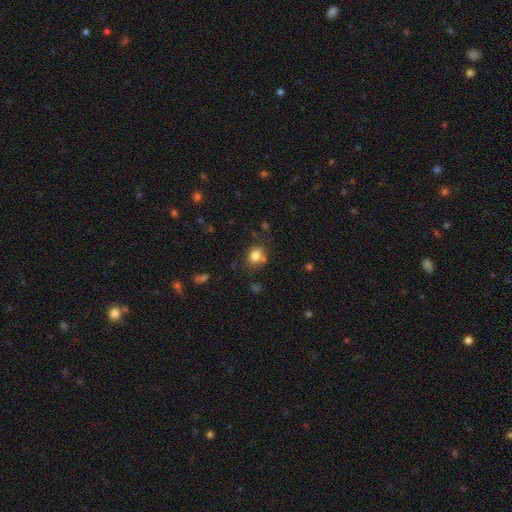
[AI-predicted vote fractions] smooth 81%, star or artifact 11%, featured or disk 8%. Down the decision tree: how rounded — in between (54%); merging — none (69%).